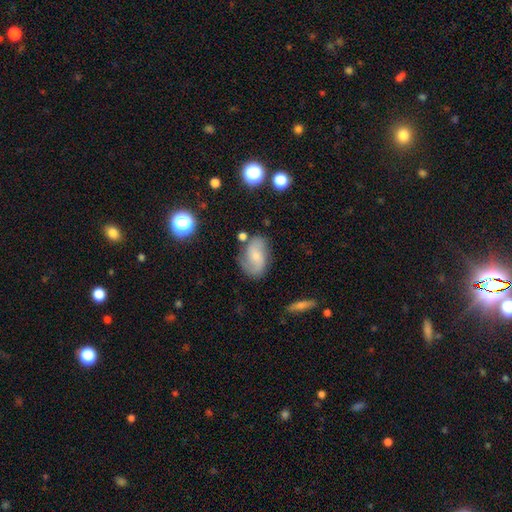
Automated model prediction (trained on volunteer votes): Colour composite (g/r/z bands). It shows a featured or disk galaxy (58%) with no bar (56%), spiral arms (89%) and a small central bulge (58%). Merging: none (67%).